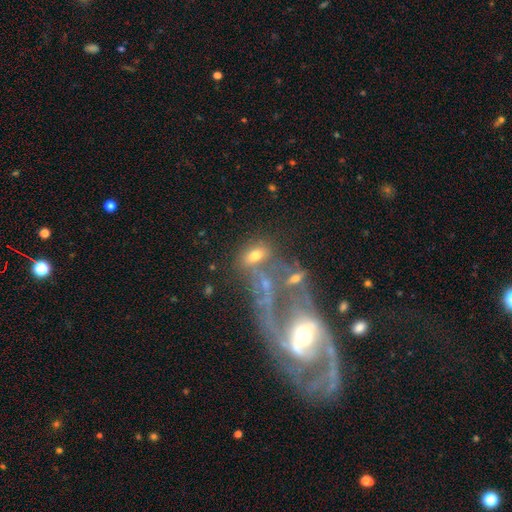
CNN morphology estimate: Smooth or featured: smooth — 50% (featured or disk — 35%)
Merging: none — 39% (merger — 31%)